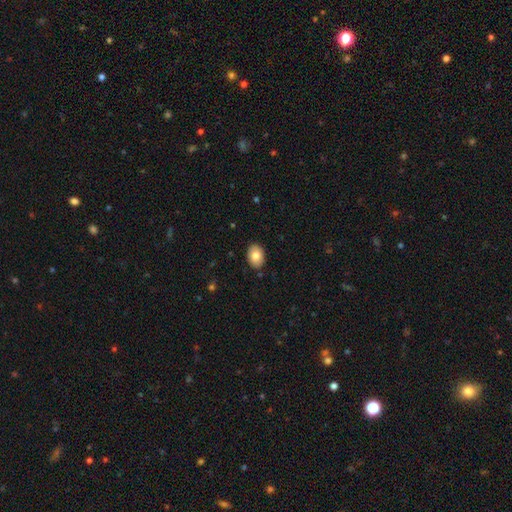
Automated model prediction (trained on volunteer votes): smooth-or-featured: smooth: 82% | featured or disk: 11% | star or artifact: 7%
  how-rounded: in between: 79% | round: 20% | cigar-shaped: 1%
  merging: none: 88% | minor disturbance: 9% | major disturbance: 2% | merger: 1%